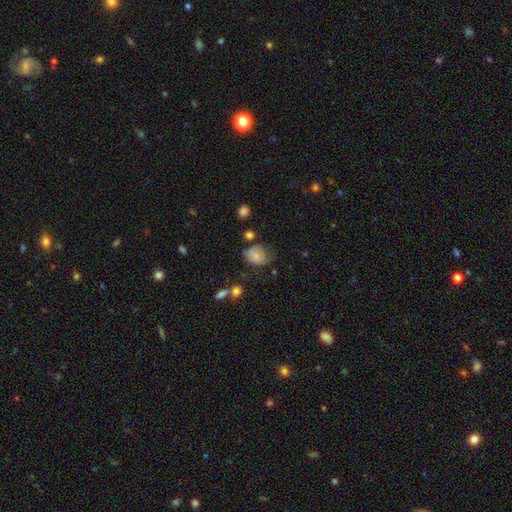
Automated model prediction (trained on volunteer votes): A smooth galaxy with no disk features (67%) that is in between round and cigar-shaped (50%). Merging: none (40%).